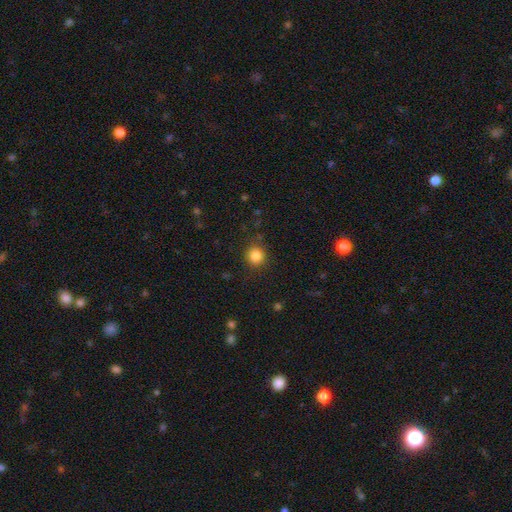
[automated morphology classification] Smooth or featured? Predicted: smooth (p=0.85). How rounded? Predicted: round (p=0.89). Merging? Predicted: none (p=0.87).